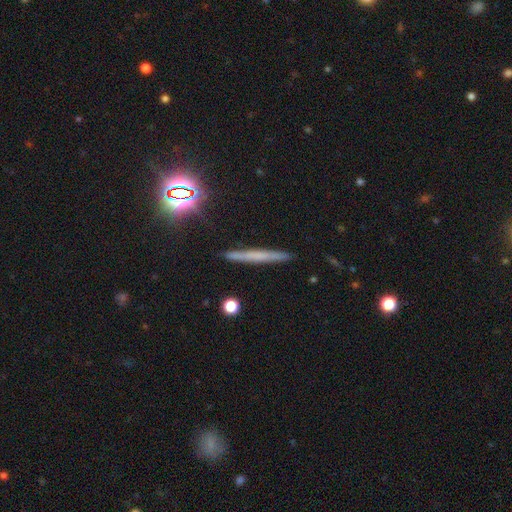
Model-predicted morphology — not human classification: A smooth galaxy with no disk features (45%).

Vote fractions:
- Smooth or featured? smooth: 45% / featured or disk: 38% / star or artifact: 17%
- Merging? none: 90% / minor disturbance: 7% / major disturbance: 2% / merger: 1%